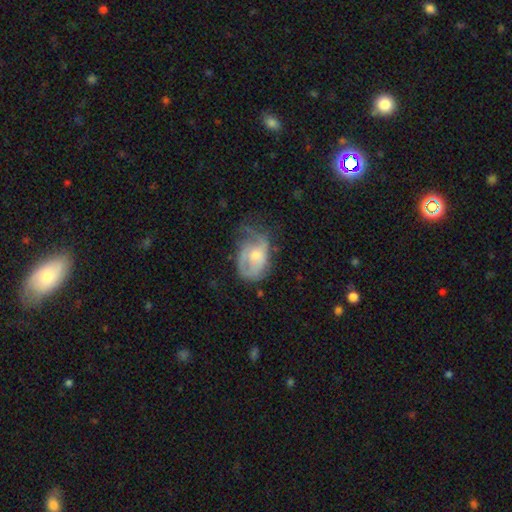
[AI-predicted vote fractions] This appears to be a featured or disk galaxy (60%) with no bar (74%), spiral arms (66%) and a moderate central bulge (51%). Merging: minor disturbance (33%, tied with none).